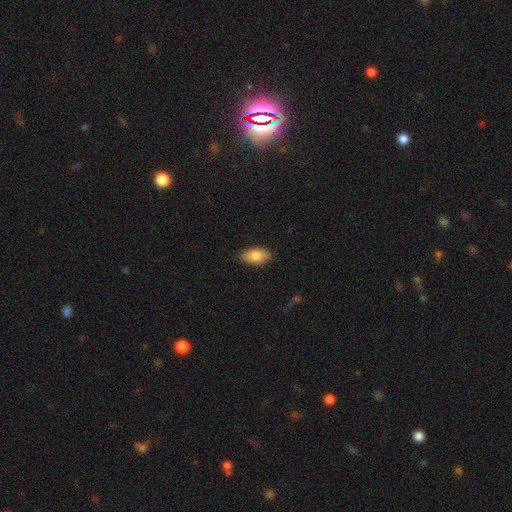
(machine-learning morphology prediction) This is clearly a smooth galaxy (84%). How rounded: clearly in between (93%). Merging: clearly none (87%).